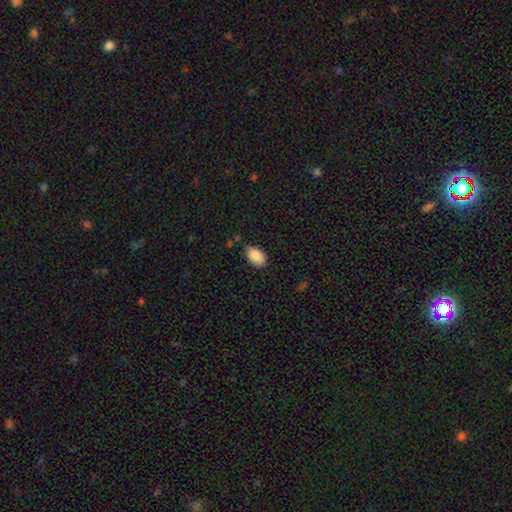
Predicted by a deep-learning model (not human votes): Smooth or featured: smooth — 89% (star or artifact — 7%)
How rounded: in between — 93% (round — 5%)
Merging: none — 84% (minor disturbance — 12%)